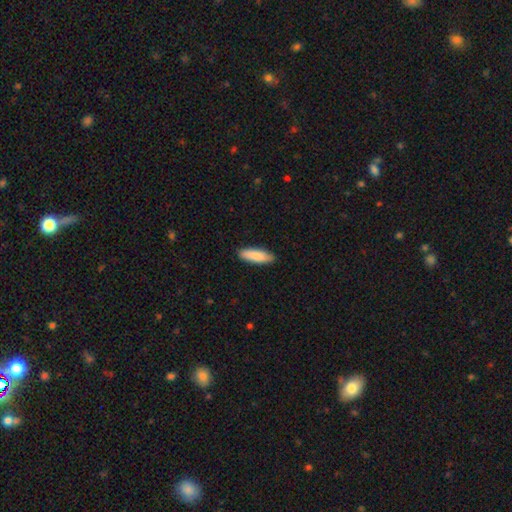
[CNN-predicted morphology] type=smooth (86%); roundness=in between (51%); merging=none (88%).